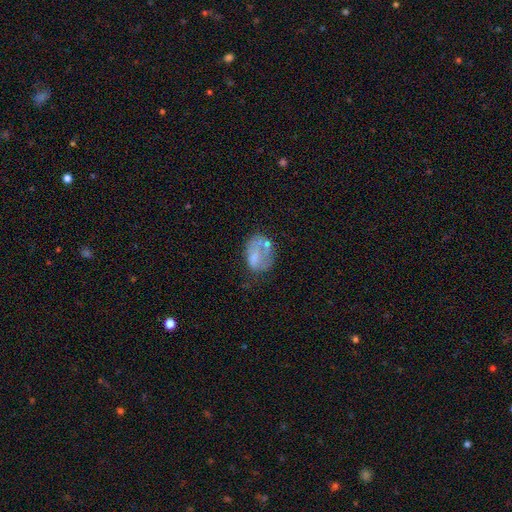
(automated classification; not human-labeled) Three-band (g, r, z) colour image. It shows a smooth galaxy with no disk features (50%). Merging: none (34%).